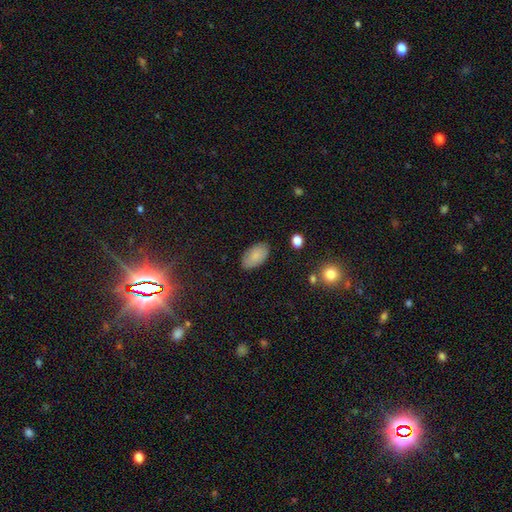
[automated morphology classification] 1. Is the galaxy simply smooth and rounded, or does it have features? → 85% smooth, 8% featured or disk, 7% star or artifact.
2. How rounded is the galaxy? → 95% in between, 4% round, 2% cigar-shaped.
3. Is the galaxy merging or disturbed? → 84% none, 12% minor disturbance, 3% major disturbance, 1% merger.